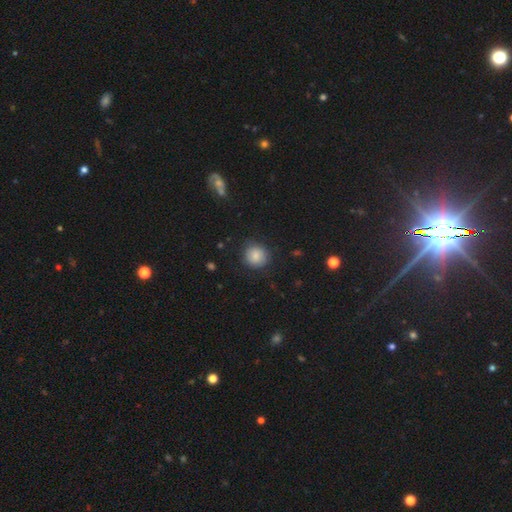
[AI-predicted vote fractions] A smooth galaxy with no disk features (80%) that is round (89%).

Vote fractions:
- Smooth or featured? smooth: 80% / featured or disk: 11% / star or artifact: 9%
- How rounded? round: 89% / in between: 10% / cigar-shaped: 1%
- Merging? none: 82% / minor disturbance: 13% / major disturbance: 4% / merger: 1%